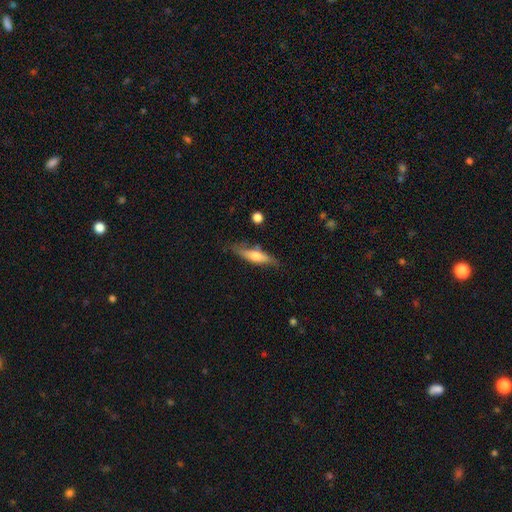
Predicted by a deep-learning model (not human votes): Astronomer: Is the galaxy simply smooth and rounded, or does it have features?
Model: smooth — 54% (runner-up: featured or disk, 40%).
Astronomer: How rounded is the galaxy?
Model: cigar-shaped — 70%.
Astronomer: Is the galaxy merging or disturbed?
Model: none — 73%.